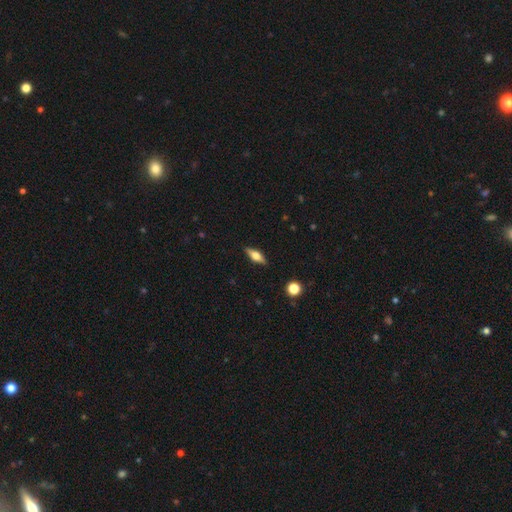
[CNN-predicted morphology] This appears to be a featured or disk galaxy (48%). Merging: none (88%).